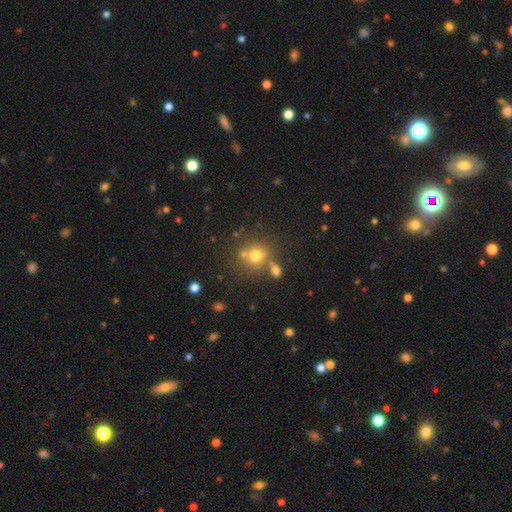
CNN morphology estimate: Overall: smooth (67%). How rounded: round (82%). Merging: none (60%; merger 23%).